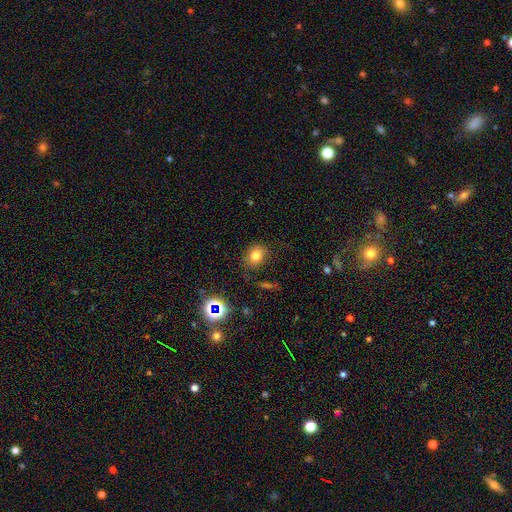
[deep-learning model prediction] Overall: smooth (77%). How rounded: round (55%; in between 44%). Merging: none (79%).